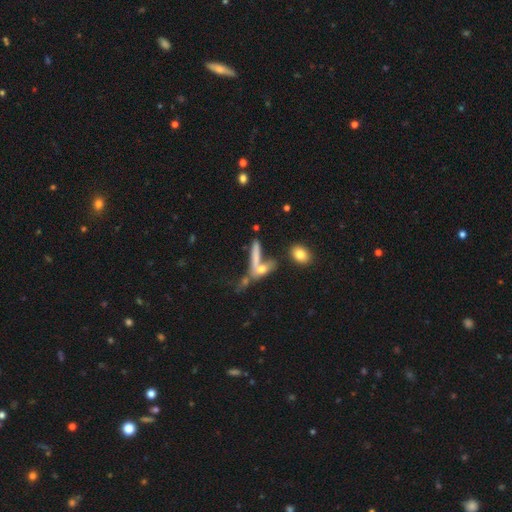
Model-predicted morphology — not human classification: This is possibly a smooth galaxy (59%). How rounded: likely cigar-shaped (73%). Merging: marginally none (44%).